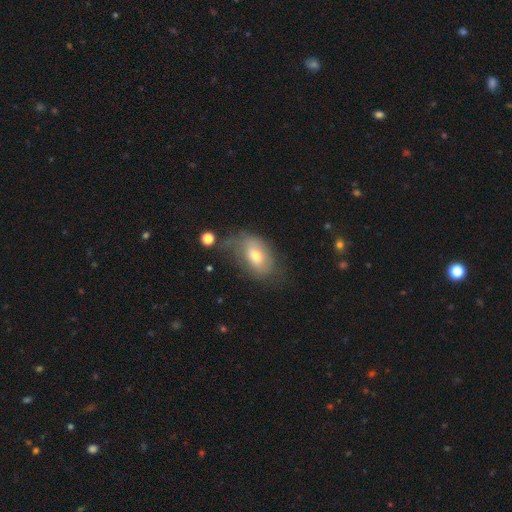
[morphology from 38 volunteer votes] Volunteers were most divided on "smooth or featured": smooth: 47%, featured or disk: 45%, star or artifact: 8%. More confident: how rounded — in between (72%); merging — minor disturbance (51%).